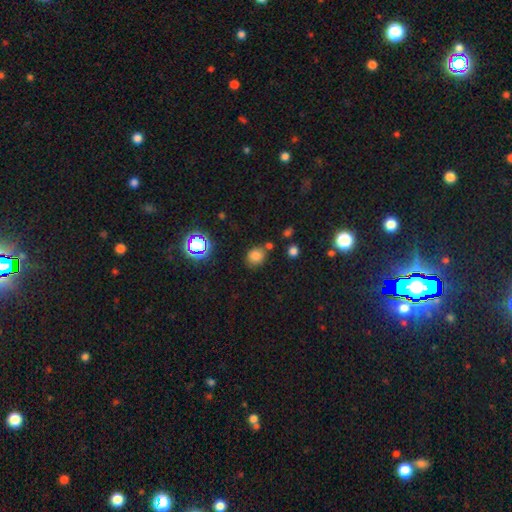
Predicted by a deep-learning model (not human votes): This appears to be a smooth galaxy with no disk features (74%) that is round (63%). Merging: none (71%).